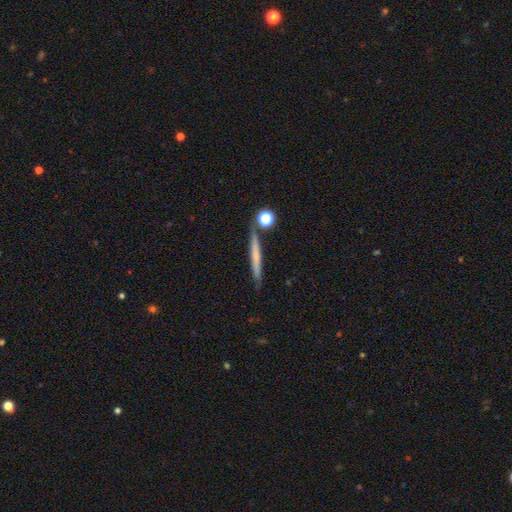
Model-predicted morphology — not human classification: This appears to be a smooth galaxy with no disk features (53%) that is cigar-shaped (93%). Merging: none (79%).